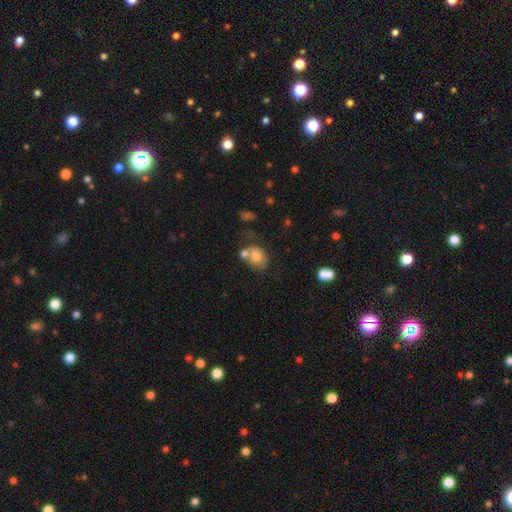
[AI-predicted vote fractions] Smooth or featured? smooth (75%)
How rounded? in between (64%)
Merging? none (37%)